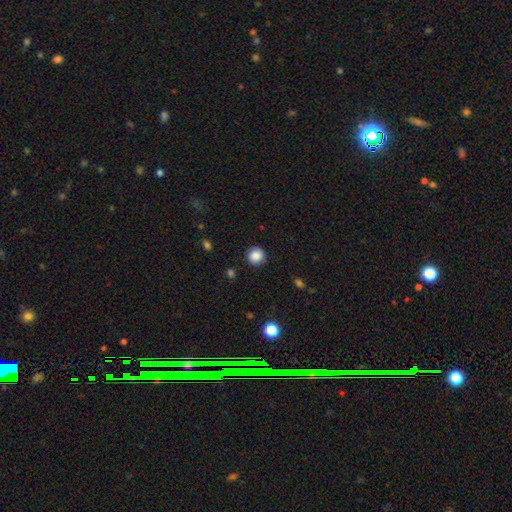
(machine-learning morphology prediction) A smooth galaxy with no disk features (87%) that is round (91%).

Vote fractions:
- Smooth or featured? smooth: 87% / star or artifact: 10% / featured or disk: 4%
- How rounded? round: 91% / in between: 8% / cigar-shaped: 1%
- Merging? none: 88% / minor disturbance: 8% / major disturbance: 2% / merger: 1%